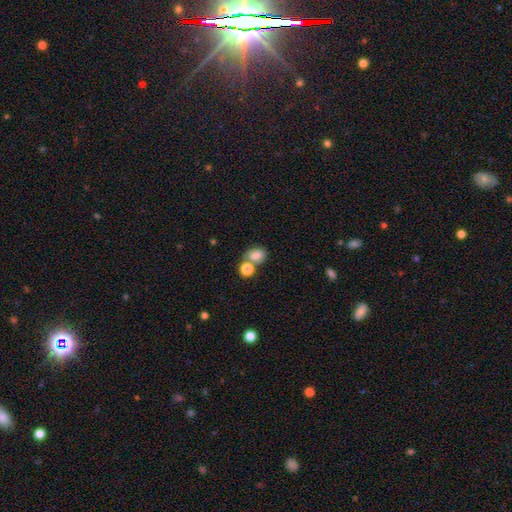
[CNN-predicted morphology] Q: Smooth or featured?
A: smooth (80%); runner-up: star or artifact (11%)
Q: How rounded?
A: in between (57%); runner-up: round (42%)
Q: Merging?
A: none (50%); runner-up: merger (34%)